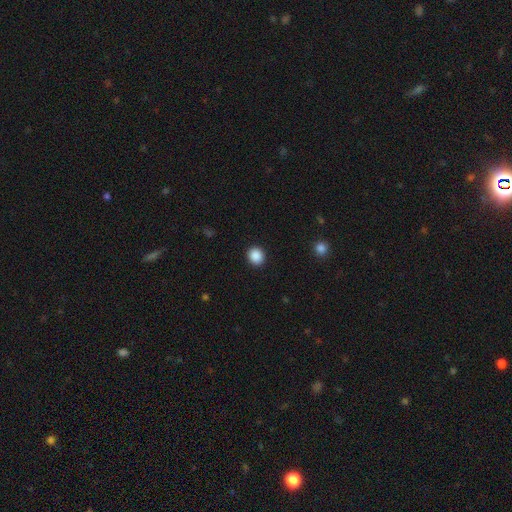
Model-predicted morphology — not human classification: Smooth or featured? Predicted: smooth (p=0.89). How rounded? Predicted: round (p=0.85). Merging? Predicted: none (p=0.92).